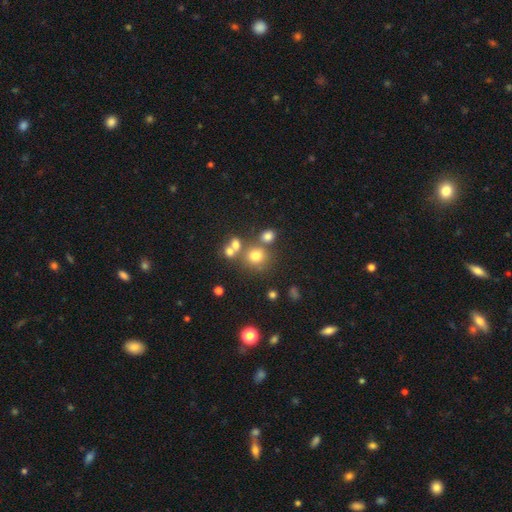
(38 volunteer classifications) smooth_or_featured: smooth (p=0.89) [alt: featured or disk p=0.05]
how_rounded: round (p=0.82) [alt: in between p=0.18]
merging: none (p=0.67) [alt: merger p=0.17]